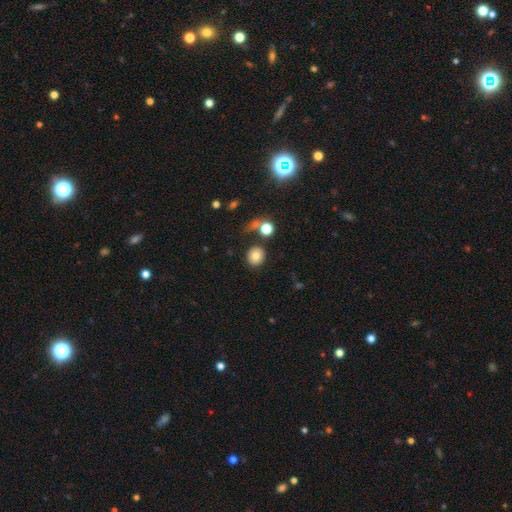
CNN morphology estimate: smooth 79%, star or artifact 11%, featured or disk 10%. Down the decision tree: how rounded — round (84%); merging — none (79%).